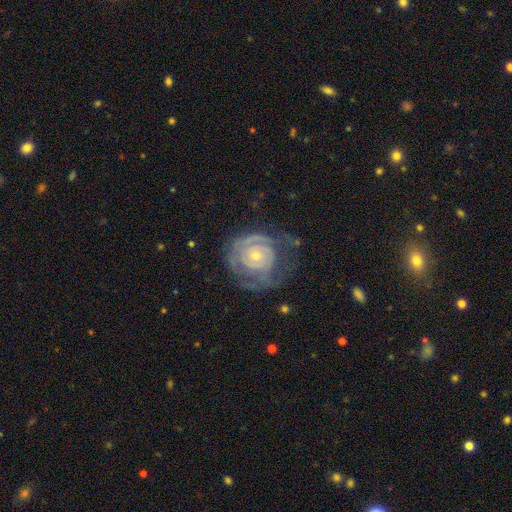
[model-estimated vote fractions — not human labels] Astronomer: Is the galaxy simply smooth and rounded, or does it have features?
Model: featured or disk — 78%.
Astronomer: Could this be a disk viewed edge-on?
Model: no — 97%.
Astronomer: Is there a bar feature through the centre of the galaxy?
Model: no — 81%.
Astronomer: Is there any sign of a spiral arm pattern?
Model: yes — 84%.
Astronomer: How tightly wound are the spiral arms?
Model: tight — 75%.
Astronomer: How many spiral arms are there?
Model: can't tell — 46% (runner-up: 2, 25%).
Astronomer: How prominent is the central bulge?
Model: small — 71%.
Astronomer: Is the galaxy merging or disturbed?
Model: none — 57%.